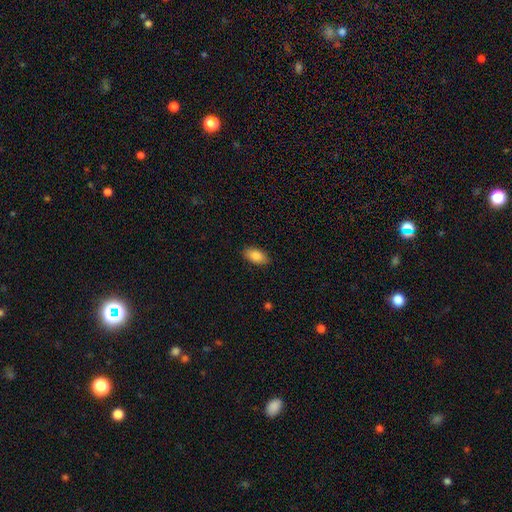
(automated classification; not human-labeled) smooth-or-featured: smooth: 86% | featured or disk: 7% | star or artifact: 7%
  how-rounded: in between: 93% | round: 4% | cigar-shaped: 3%
  merging: none: 88% | minor disturbance: 9% | major disturbance: 2% | merger: 1%